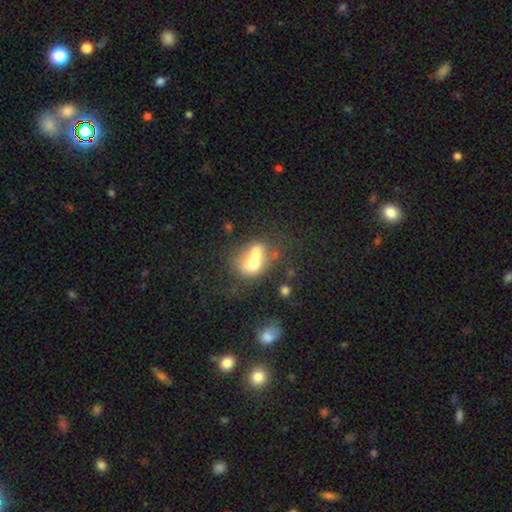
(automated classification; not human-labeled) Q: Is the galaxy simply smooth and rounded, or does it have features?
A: smooth — 60%.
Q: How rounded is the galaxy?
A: in between — 51%.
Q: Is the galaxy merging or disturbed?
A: merger — 64%.